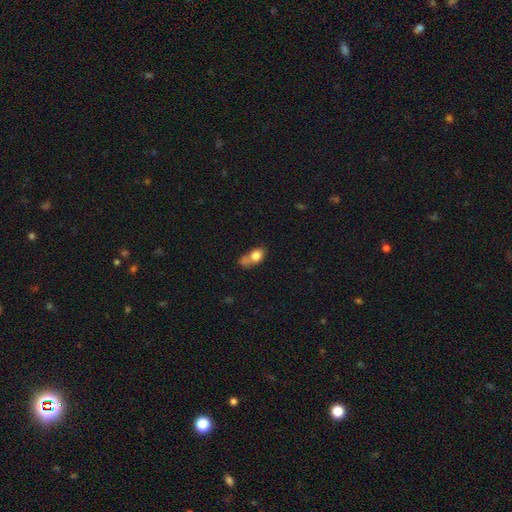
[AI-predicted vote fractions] Smooth or featured: smooth — 75% (featured or disk — 15%)
How rounded: in between — 68% (round — 28%)
Merging: merger — 39% (none — 29%)